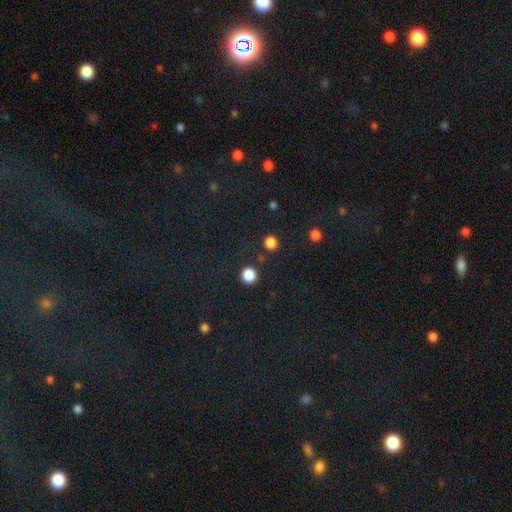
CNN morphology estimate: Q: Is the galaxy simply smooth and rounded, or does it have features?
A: star or artifact — 72%.